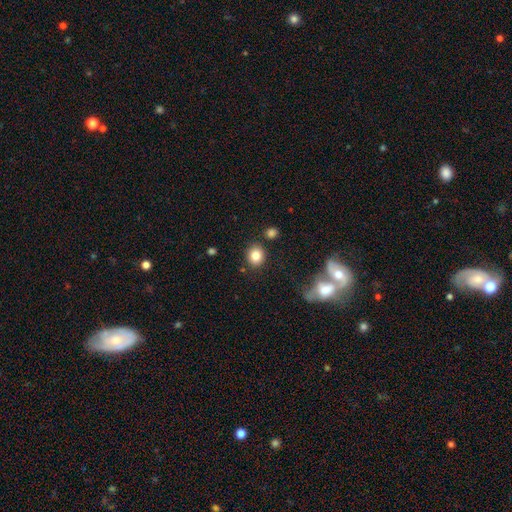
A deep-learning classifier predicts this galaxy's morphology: Smooth or featured?
  - smooth: 83% *
  - star or artifact: 10%
  - featured or disk: 7%
How rounded?
  - round: 72% *
  - in between: 27%
  - cigar-shaped: 1%
Merging?
  - none: 83% *
  - minor disturbance: 9%
  - merger: 5%
  - major disturbance: 3%